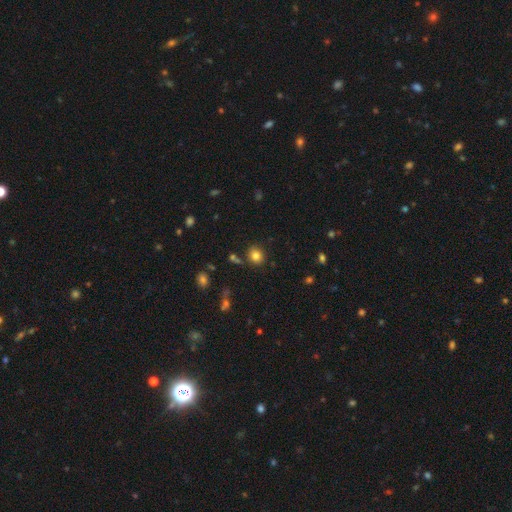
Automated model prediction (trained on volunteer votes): smooth-or-featured: smooth: 81% | star or artifact: 12% | featured or disk: 6%
  how-rounded: round: 74% | in between: 25% | cigar-shaped: 1%
  merging: none: 83% | minor disturbance: 9% | merger: 5% | major disturbance: 3%